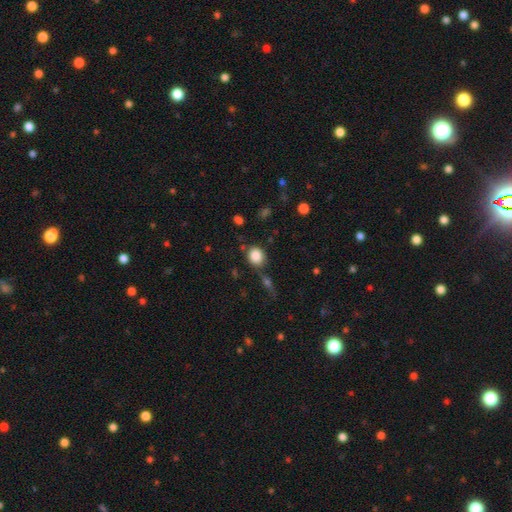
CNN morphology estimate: Overall: smooth (86%). How rounded: round (73%). Merging: none (72%).